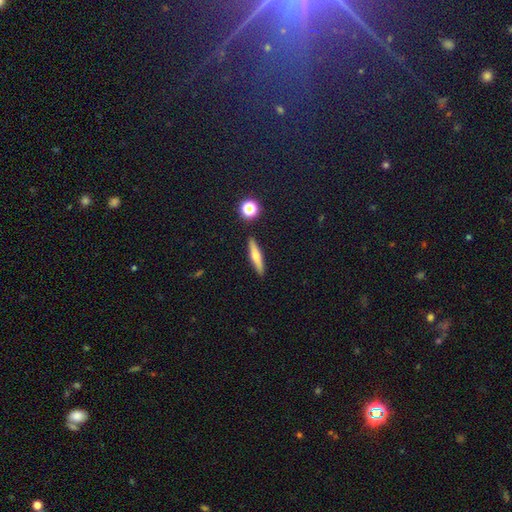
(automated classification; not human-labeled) Q: Smooth or featured?
A: smooth (51%); runner-up: featured or disk (41%)
Q: How rounded?
A: cigar-shaped (85%); runner-up: in between (12%)
Q: Merging?
A: none (89%); runner-up: minor disturbance (7%)